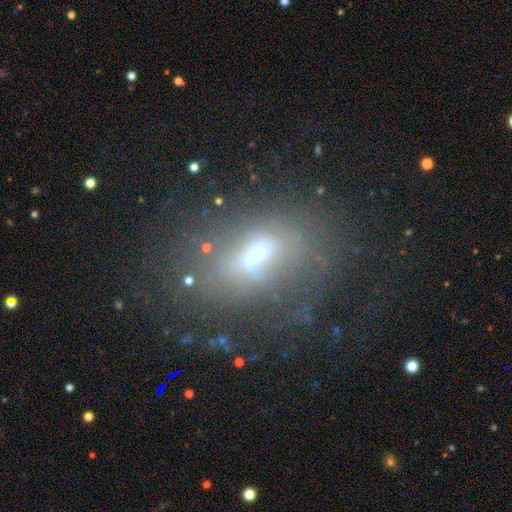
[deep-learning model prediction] Morphology: type=featured or disk (43%); merging=none (47%).